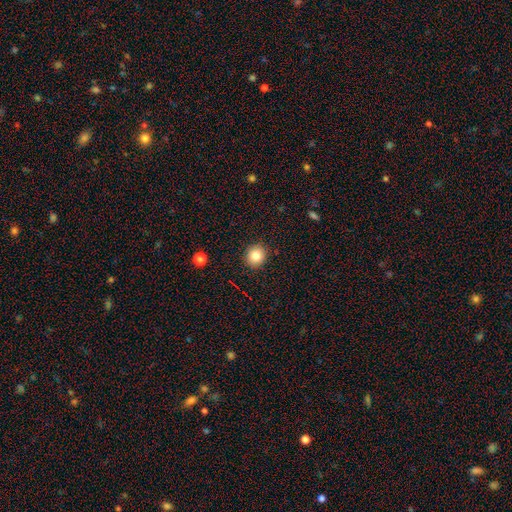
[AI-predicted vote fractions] Overall: smooth (82%). How rounded: round (85%). Merging: none (91%).